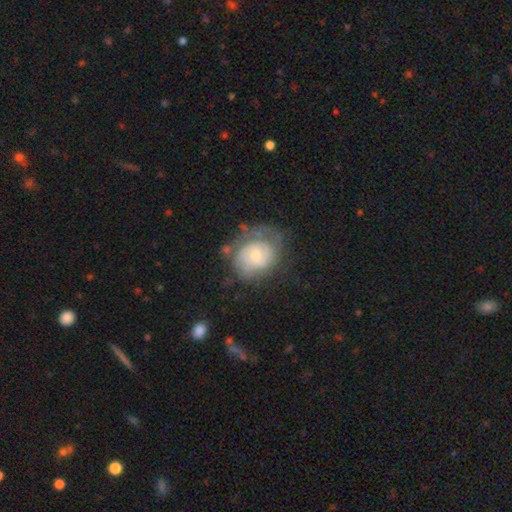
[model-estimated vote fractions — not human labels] This is possibly a featured or disk galaxy (55%). It is clearly not viewed edge-on (97%). Bar: likely no (70%). Spiral arm pattern: likely yes (69%). Central bulge: possibly small (46%). Merging: possibly none (47%).